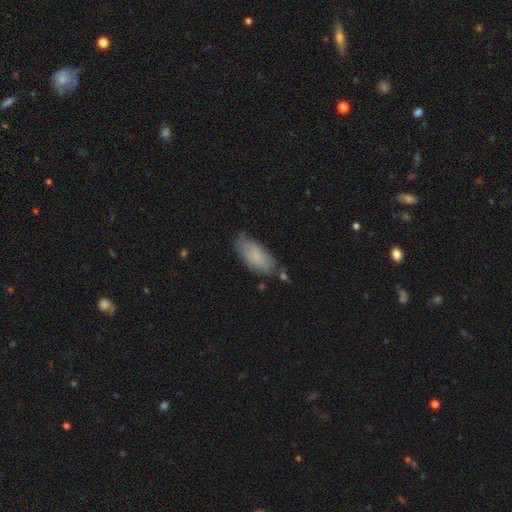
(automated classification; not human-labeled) Smooth or featured? smooth (81%)
How rounded? in between (83%)
Merging? none (72%)